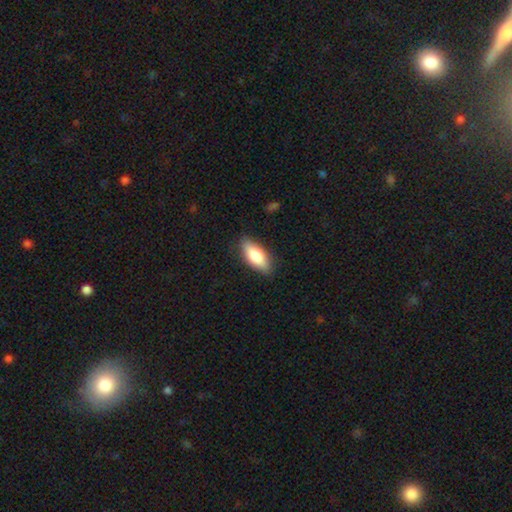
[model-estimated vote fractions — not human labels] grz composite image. It shows a smooth galaxy with no disk features (80%) that is in between round and cigar-shaped (81%). Merging: none (85%).